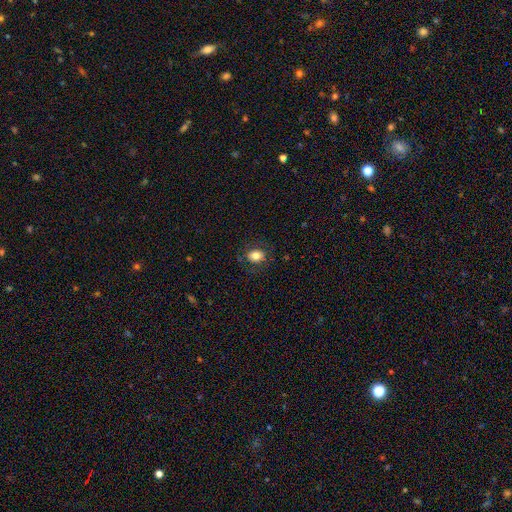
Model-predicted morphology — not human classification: smooth_or_featured: smooth (p=0.80) [alt: featured or disk p=0.10]
how_rounded: in between (p=0.56) [alt: round p=0.43]
merging: none (p=0.83) [alt: minor disturbance p=0.12]